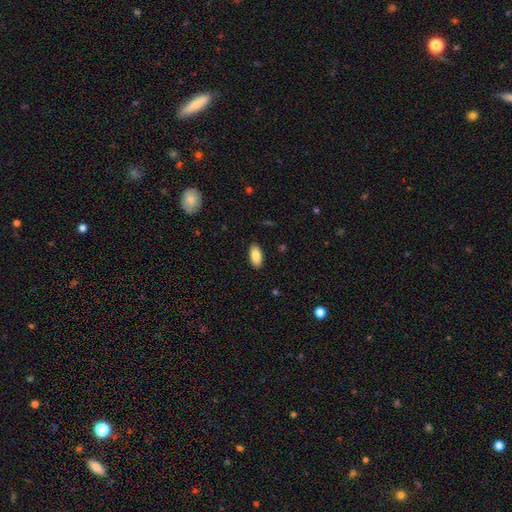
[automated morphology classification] Smooth or featured? Predicted: smooth (p=0.87). How rounded? Predicted: in between (p=0.91). Merging? Predicted: none (p=0.89).